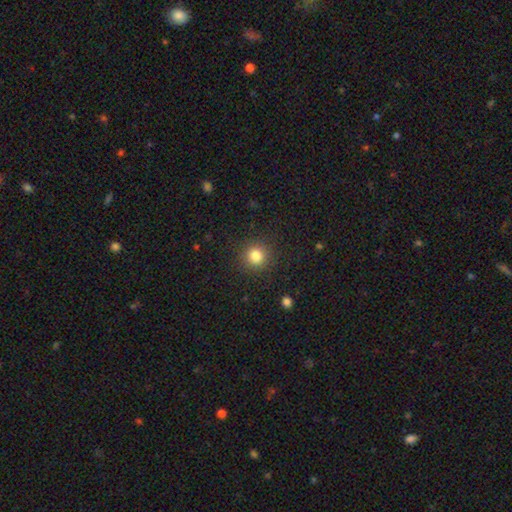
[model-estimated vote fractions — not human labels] smooth-or-featured: smooth: 82% | star or artifact: 12% | featured or disk: 5%
  how-rounded: round: 93% | in between: 6% | cigar-shaped: 1%
  merging: none: 90% | minor disturbance: 6% | major disturbance: 3% | merger: 1%